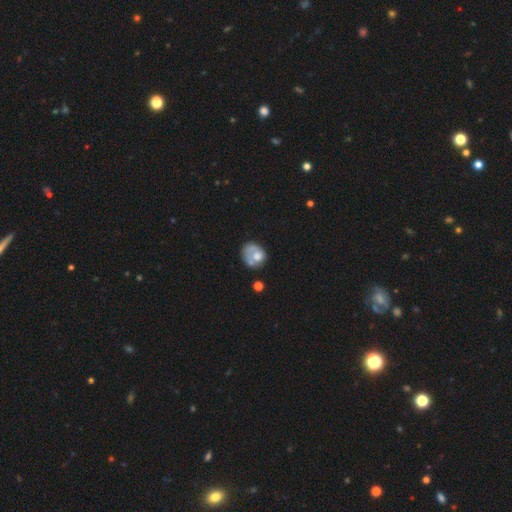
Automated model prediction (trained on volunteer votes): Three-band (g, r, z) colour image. It shows a smooth galaxy with no disk features (55%) that is round (52%). Merging: none (39%).